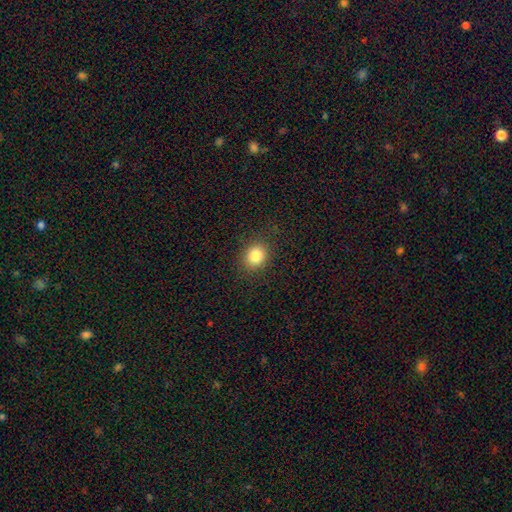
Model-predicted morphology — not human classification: This appears to be a smooth galaxy with no disk features (83%) that is round (71%). Merging: none (88%).